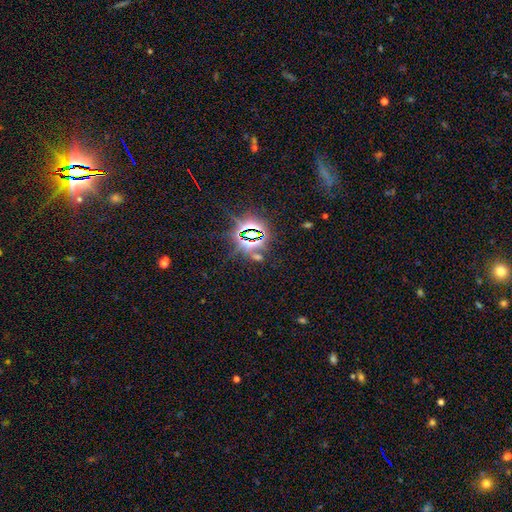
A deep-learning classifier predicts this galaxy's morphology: smooth-or-featured: star or artifact: 82% | smooth: 10% | featured or disk: 8%